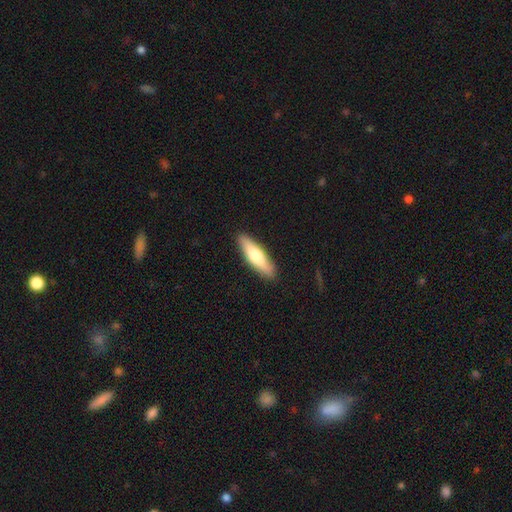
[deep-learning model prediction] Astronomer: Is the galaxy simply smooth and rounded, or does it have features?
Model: smooth — 68%.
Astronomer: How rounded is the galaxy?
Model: cigar-shaped — 68%.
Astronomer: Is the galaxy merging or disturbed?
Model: none — 89%.